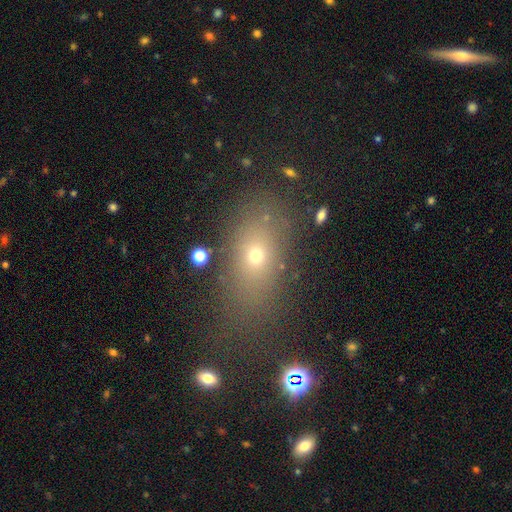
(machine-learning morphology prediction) Smooth or featured? smooth (60%)
How rounded? in between (68%)
Merging? none (74%)